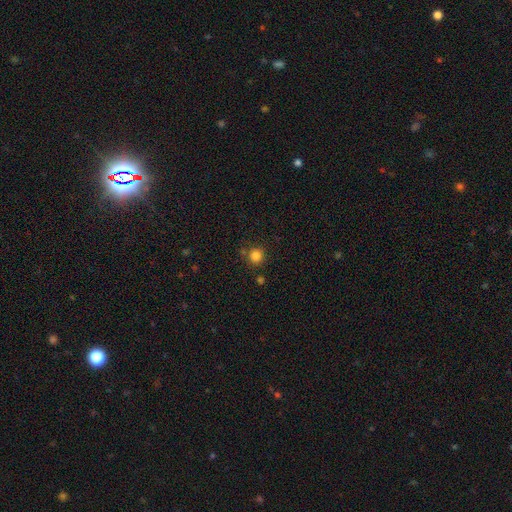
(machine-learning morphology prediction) smooth-or-featured: smooth: 83% | star or artifact: 12% | featured or disk: 4%
  how-rounded: round: 93% | in between: 6% | cigar-shaped: 1%
  merging: none: 81% | minor disturbance: 9% | merger: 6% | major disturbance: 3%